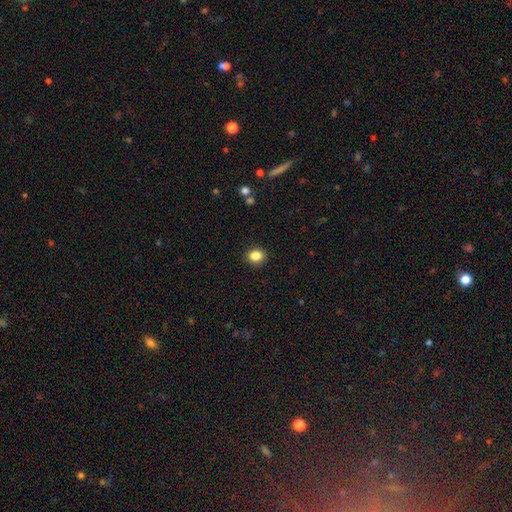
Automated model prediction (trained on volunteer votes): Overall: smooth (85%). How rounded: round (69%; in between 30%). Merging: none (91%).